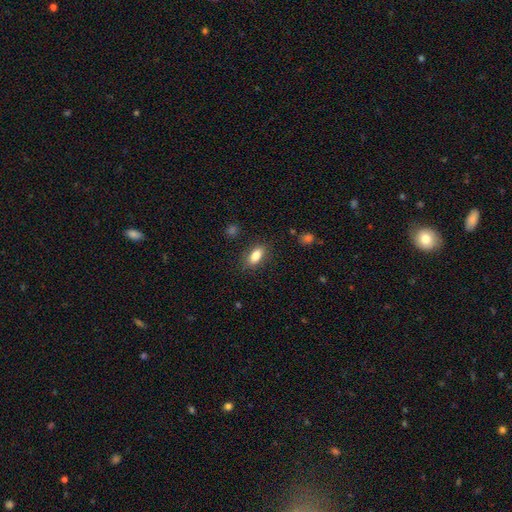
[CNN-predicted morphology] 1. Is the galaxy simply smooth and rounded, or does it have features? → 83% smooth, 9% featured or disk, 8% star or artifact.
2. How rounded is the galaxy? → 86% in between, 9% cigar-shaped, 5% round.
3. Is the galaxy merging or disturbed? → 84% none, 11% minor disturbance, 3% major disturbance, 1% merger.